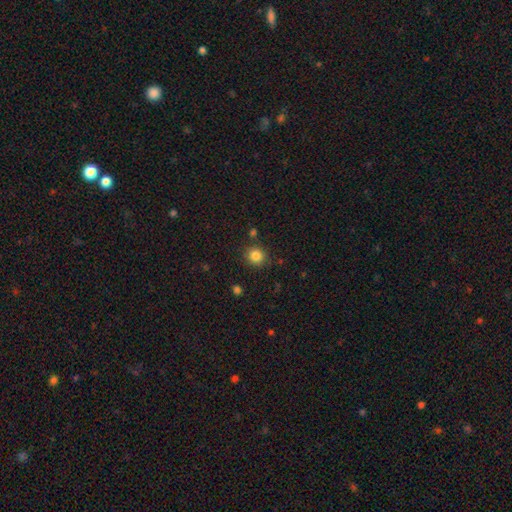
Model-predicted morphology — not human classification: A smooth galaxy with no disk features (83%) that is round (87%). Merging: none (84%).